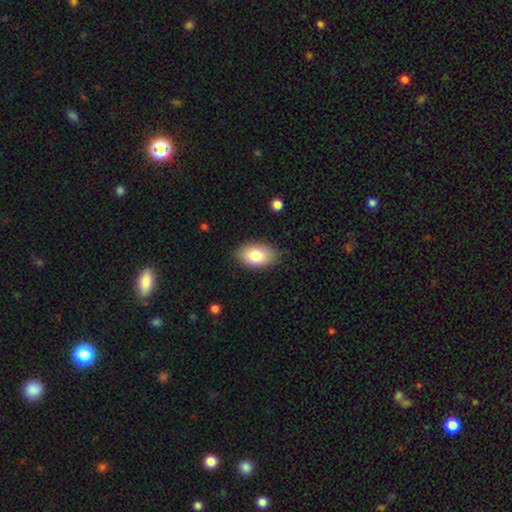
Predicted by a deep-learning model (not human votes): Morphology: type=smooth (81%); roundness=in between (91%); merging=none (82%).